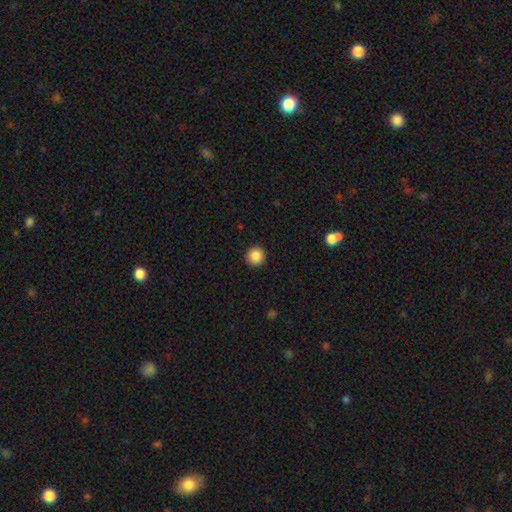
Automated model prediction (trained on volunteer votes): The model was most divided on "smooth or featured": smooth: 87%, star or artifact: 9%, featured or disk: 4%. More confident: how rounded — round (96%); merging — none (93%).